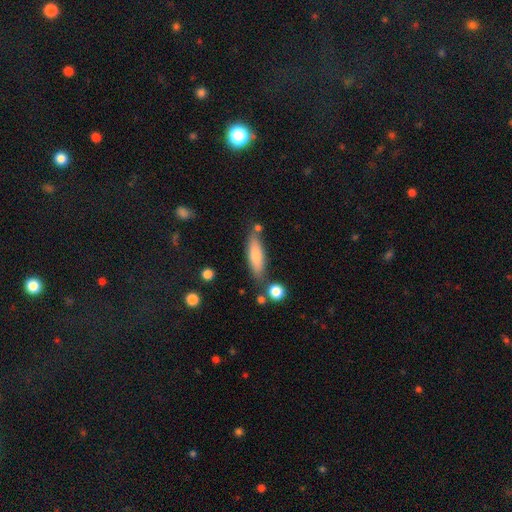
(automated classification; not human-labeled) smooth-or-featured: smooth: 72% | featured or disk: 22% | star or artifact: 6%
  how-rounded: cigar-shaped: 56% | in between: 42% | round: 2%
  merging: none: 72% | minor disturbance: 16% | merger: 8% | major disturbance: 4%